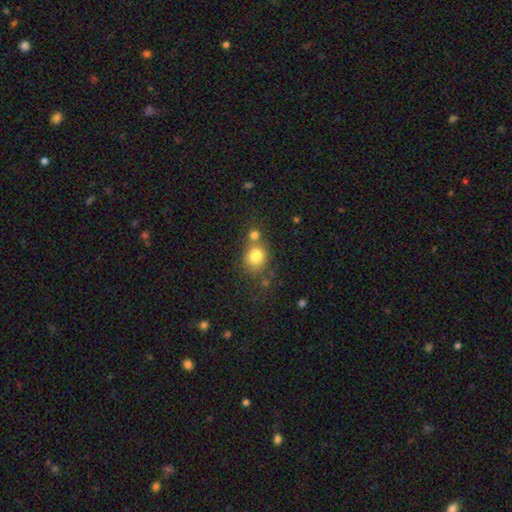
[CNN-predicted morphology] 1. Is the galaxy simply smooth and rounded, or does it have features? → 80% smooth, 10% star or artifact, 9% featured or disk.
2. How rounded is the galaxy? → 70% round, 29% in between, 1% cigar-shaped.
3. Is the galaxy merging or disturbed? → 48% none, 36% merger, 11% minor disturbance, 4% major disturbance.